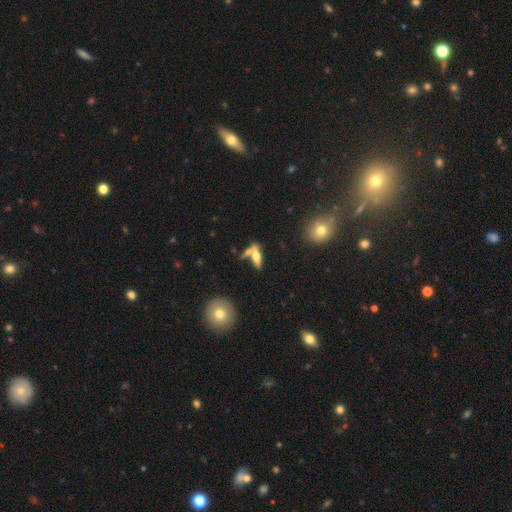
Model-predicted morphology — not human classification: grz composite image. It shows a smooth galaxy with no disk features (48%). Merging: none (49%).